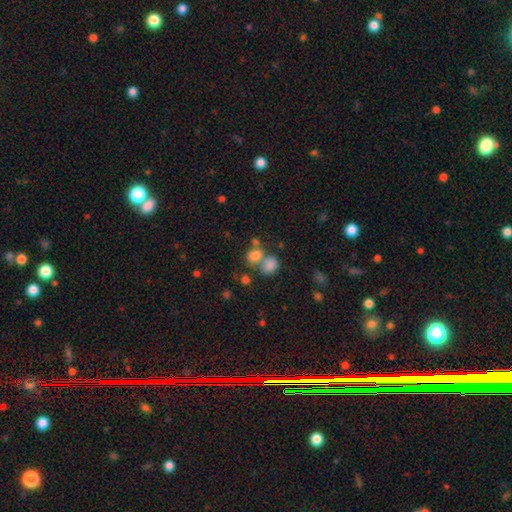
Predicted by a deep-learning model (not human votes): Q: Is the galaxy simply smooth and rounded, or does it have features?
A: smooth — 76%.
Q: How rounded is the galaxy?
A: in between — 52%.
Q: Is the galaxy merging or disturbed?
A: merger — 46%.